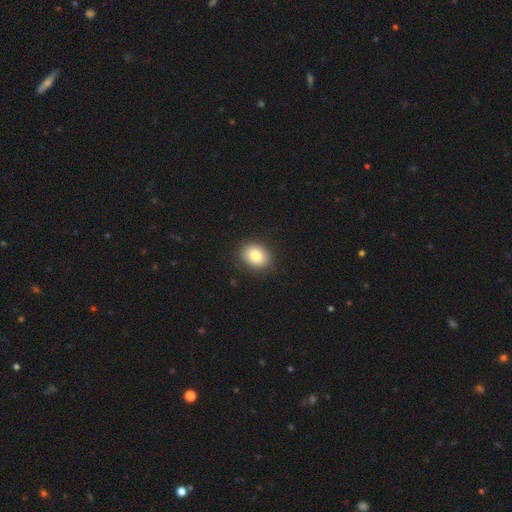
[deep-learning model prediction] smooth_or_featured: smooth (p=0.83) [alt: featured or disk p=0.09]
how_rounded: in between (p=0.57) [alt: round p=0.42]
merging: none (p=0.88) [alt: minor disturbance p=0.09]